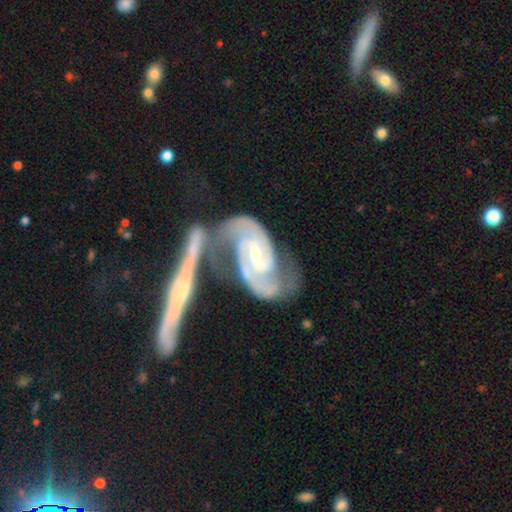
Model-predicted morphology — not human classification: Smooth or featured?
  - featured or disk: 91% *
  - smooth: 5%
  - star or artifact: 4%
Edge-on disk?
  - no: 94% *
  - yes: 6%
Bar?
  - weak: 46% *
  - no: 33%
  - strong: 21%
Spiral arms?
  - yes: 98% *
  - no: 2%
Spiral winding?
  - medium: 46% *
  - tight: 43%
  - loose: 11%
Spiral arm count?
  - 2: 85% *
  - can't tell: 6%
  - 3: 4%
  - 1: 2%
  - 4: 1%
  - more than 4: 1%
Bulge size?
  - small: 57% *
  - moderate: 37%
  - none: 3%
  - large: 2%
  - dominant: 1%
Merging?
  - merger: 50% *
  - none: 27%
  - minor disturbance: 13%
  - major disturbance: 10%